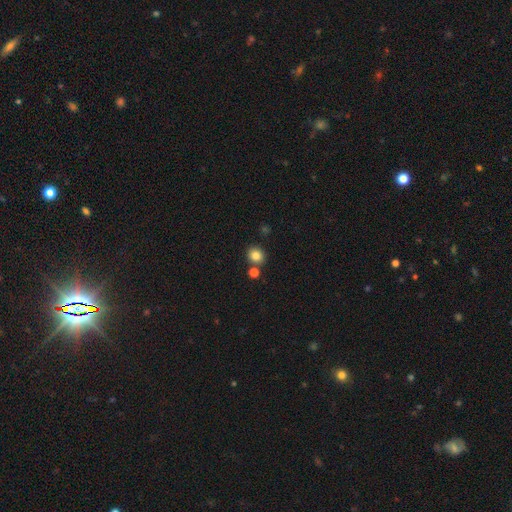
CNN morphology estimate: A smooth galaxy with no disk features (82%) that is round (82%). Merging: none (78%).